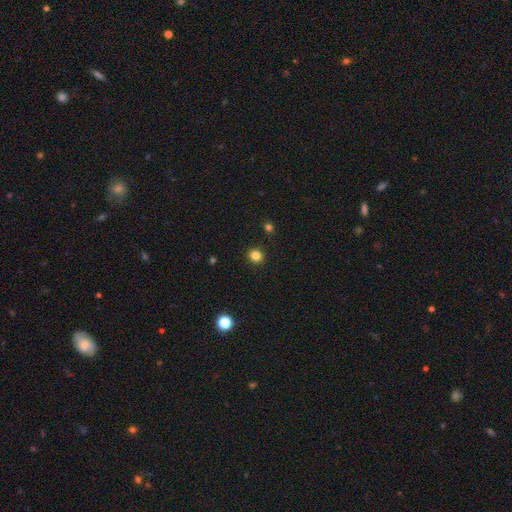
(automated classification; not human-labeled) A smooth galaxy with no disk features (83%) that is round (89%). Merging: none (92%).